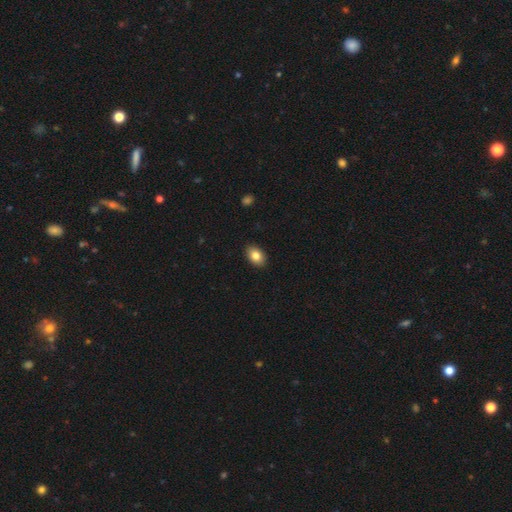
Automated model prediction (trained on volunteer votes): This is clearly a smooth galaxy (84%). How rounded: clearly in between (85%). Merging: clearly none (90%).